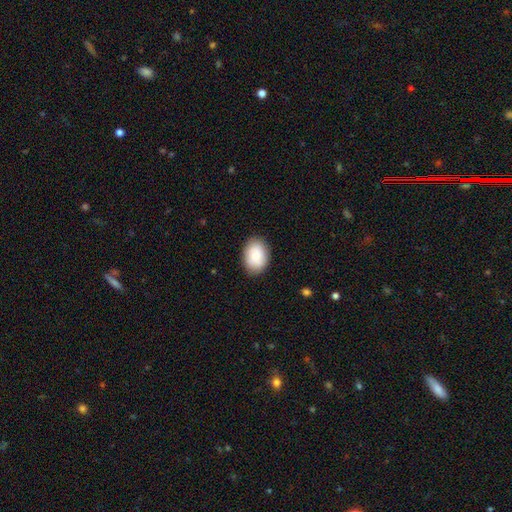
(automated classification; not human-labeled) Smooth or featured?
  - smooth: 81% *
  - featured or disk: 12%
  - star or artifact: 6%
How rounded?
  - in between: 78% *
  - round: 21%
  - cigar-shaped: 1%
Merging?
  - none: 86% *
  - minor disturbance: 10%
  - major disturbance: 2%
  - merger: 1%